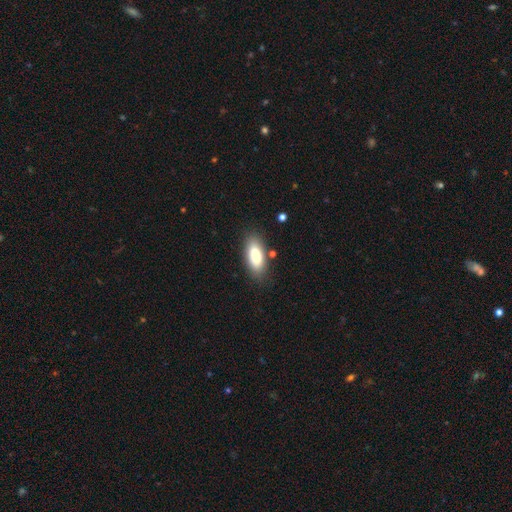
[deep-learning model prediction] Smooth or featured?
  - smooth: 84% *
  - featured or disk: 9%
  - star or artifact: 7%
How rounded?
  - in between: 84% *
  - cigar-shaped: 13%
  - round: 3%
Merging?
  - none: 80% *
  - minor disturbance: 13%
  - major disturbance: 4%
  - merger: 3%